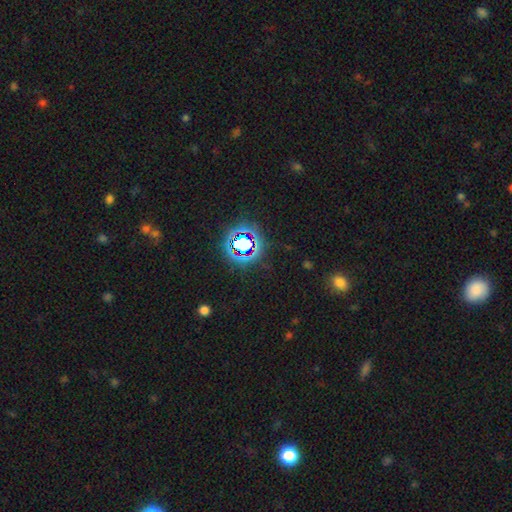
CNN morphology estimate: Smooth or featured? Predicted: star or artifact (p=0.76).